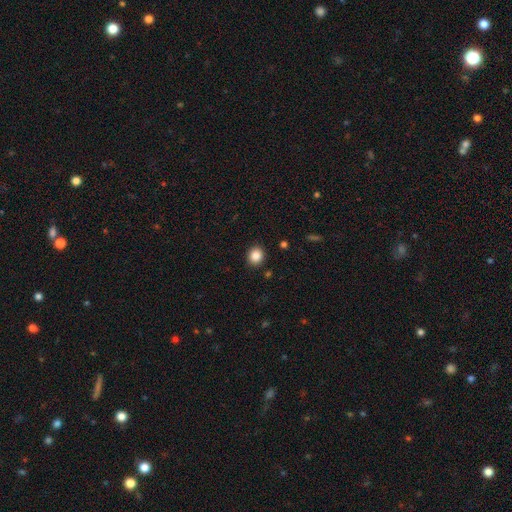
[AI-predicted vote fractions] Smooth or featured? smooth (85%)
How rounded? round (84%)
Merging? none (91%)